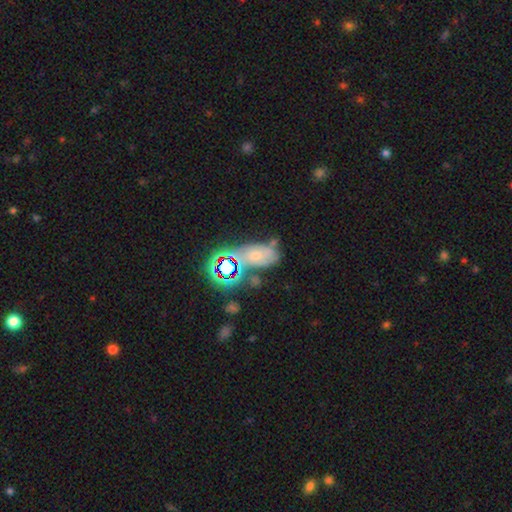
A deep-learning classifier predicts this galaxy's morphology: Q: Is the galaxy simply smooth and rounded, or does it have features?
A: smooth — 41%.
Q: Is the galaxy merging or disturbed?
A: none — 47%.